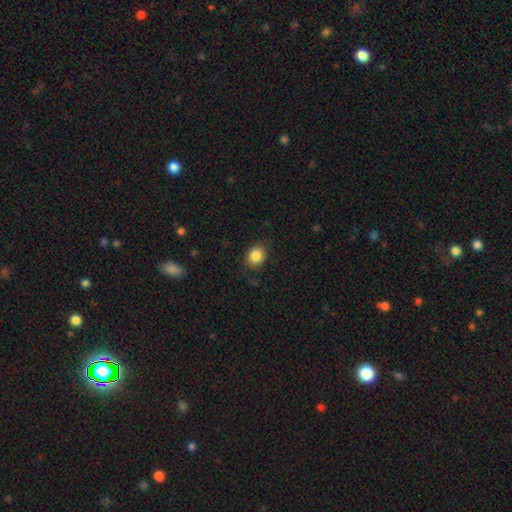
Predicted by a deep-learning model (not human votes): Q: Smooth or featured?
A: smooth (86%); runner-up: star or artifact (9%)
Q: How rounded?
A: round (59%); runner-up: in between (41%)
Q: Merging?
A: none (82%); runner-up: minor disturbance (13%)